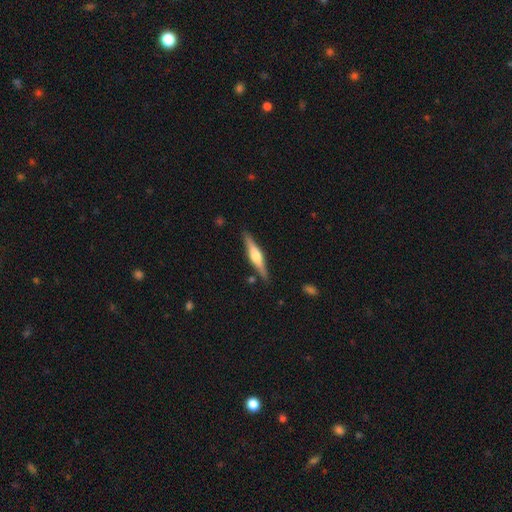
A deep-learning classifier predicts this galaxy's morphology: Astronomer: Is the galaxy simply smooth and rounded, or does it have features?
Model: featured or disk — 65%.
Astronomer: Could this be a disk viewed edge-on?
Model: yes — 97%.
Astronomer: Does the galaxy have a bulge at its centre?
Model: rounded — 83%.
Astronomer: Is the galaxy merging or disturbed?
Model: none — 86%.